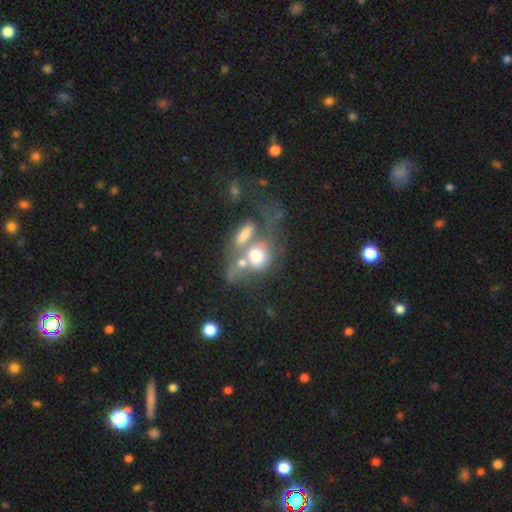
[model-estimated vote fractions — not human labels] Smooth or featured: smooth — 53% (featured or disk — 35%)
How rounded: in between — 50% (round — 46%)
Merging: merger — 63% (major disturbance — 17%)